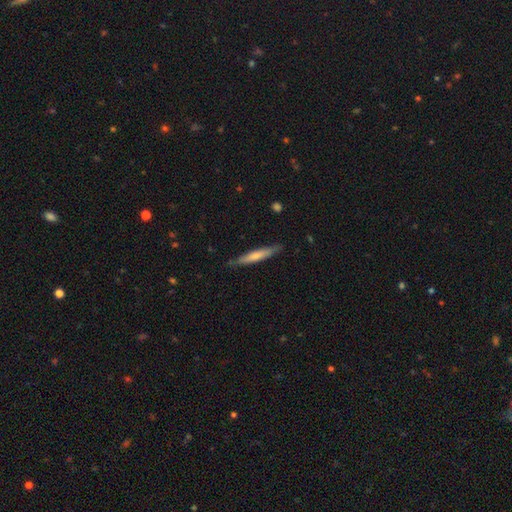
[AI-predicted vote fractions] Smooth or featured: smooth — 62% (featured or disk — 33%)
How rounded: cigar-shaped — 93% (in between — 6%)
Merging: none — 82% (minor disturbance — 15%)